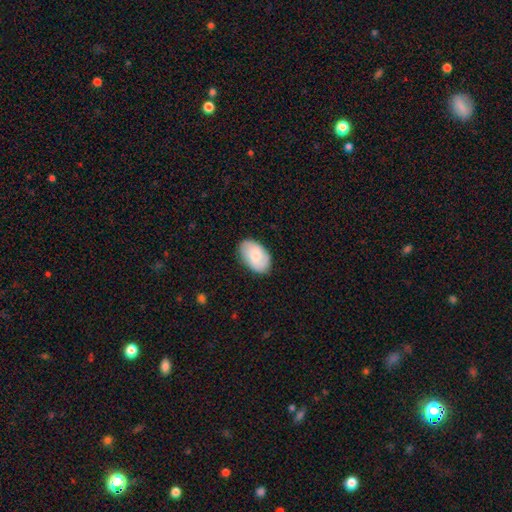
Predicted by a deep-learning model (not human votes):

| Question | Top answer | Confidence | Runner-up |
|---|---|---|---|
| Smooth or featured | smooth | 70% | featured or disk (23%) |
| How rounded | in between | 92% | round (7%) |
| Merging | none | 83% | minor disturbance (13%) |